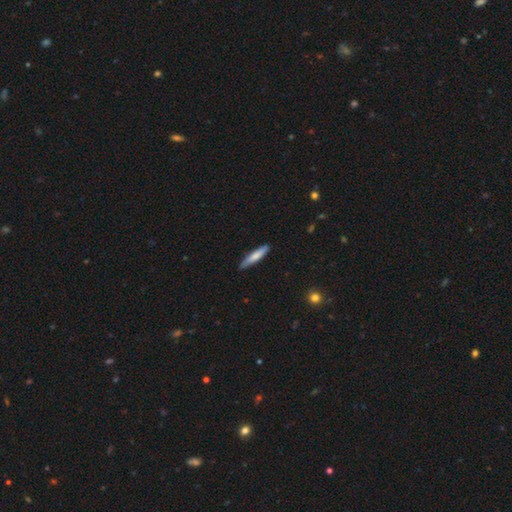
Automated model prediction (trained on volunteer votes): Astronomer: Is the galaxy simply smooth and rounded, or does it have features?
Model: smooth — 72%.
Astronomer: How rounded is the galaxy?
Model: cigar-shaped — 90%.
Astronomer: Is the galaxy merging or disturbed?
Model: none — 85%.